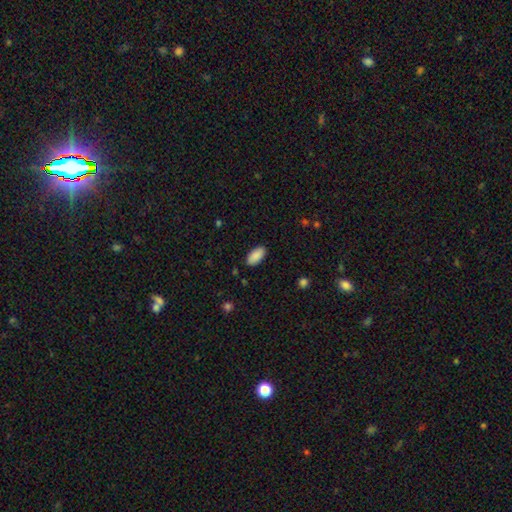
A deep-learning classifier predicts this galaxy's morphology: This is clearly a smooth galaxy (90%). How rounded: clearly in between (94%). Merging: clearly none (88%).